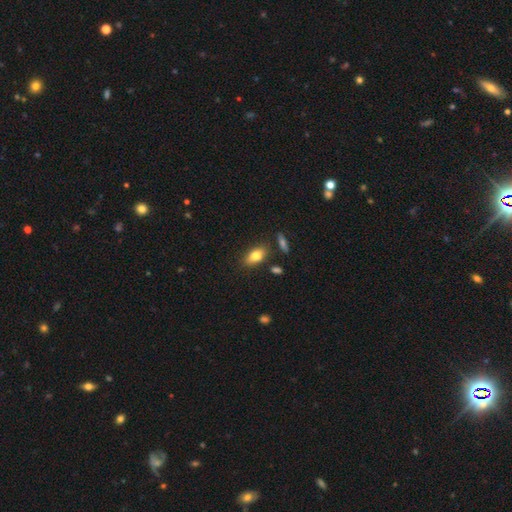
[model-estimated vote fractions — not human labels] smooth_or_featured: smooth (p=0.79) [alt: featured or disk p=0.13]
how_rounded: in between (p=0.86) [alt: cigar-shaped p=0.07]
merging: none (p=0.79) [alt: minor disturbance p=0.13]